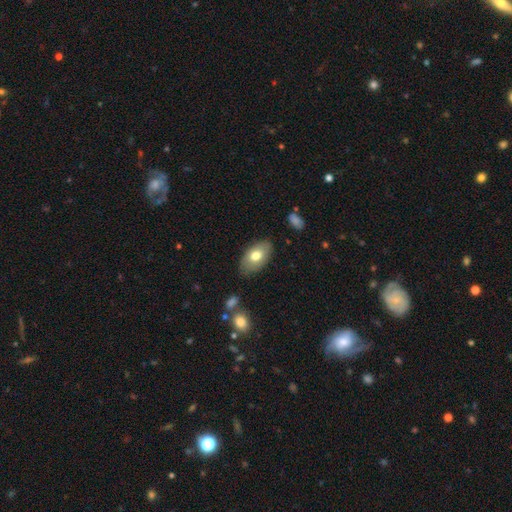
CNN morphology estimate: A smooth galaxy with no disk features (72%) that is in between round and cigar-shaped (93%). Merging: none (79%).